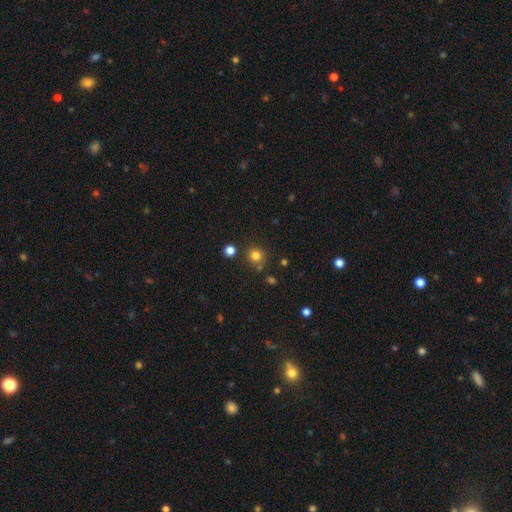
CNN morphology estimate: A smooth galaxy with no disk features (78%) that is round (90%).

Vote fractions:
- Smooth or featured? smooth: 78% / star or artifact: 16% / featured or disk: 6%
- How rounded? round: 90% / in between: 9% / cigar-shaped: 1%
- Merging? none: 80% / merger: 9% / minor disturbance: 9% / major disturbance: 3%